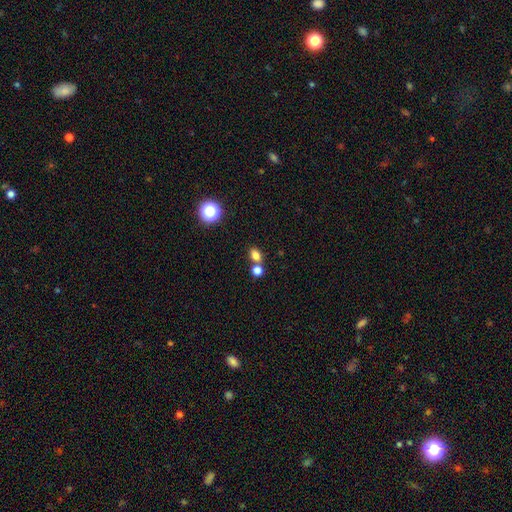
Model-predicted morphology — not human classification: Smooth or featured? Predicted: smooth (p=0.79). How rounded? Predicted: in between (p=0.64). Merging? Predicted: none (p=0.55).